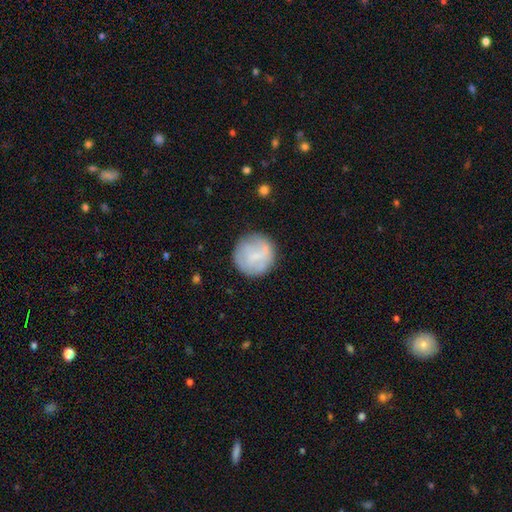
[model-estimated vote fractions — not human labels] This appears to be a smooth galaxy with no disk features (66%) that is round (94%). Merging: none (80%).